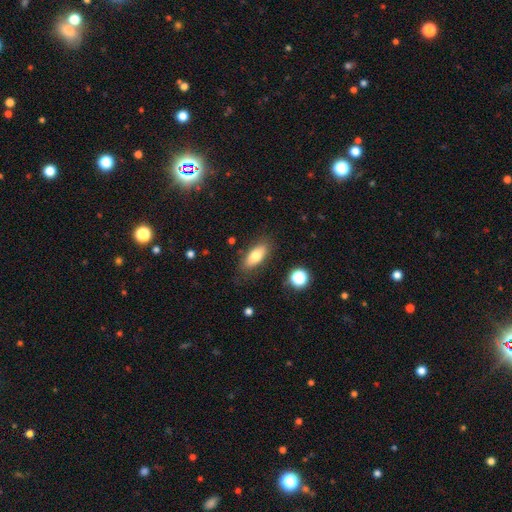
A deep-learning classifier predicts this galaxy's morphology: A smooth galaxy with no disk features (74%) that is in between round and cigar-shaped (82%). Merging: none (82%).